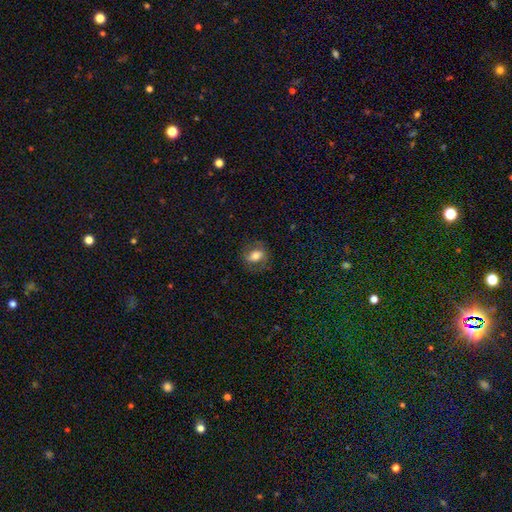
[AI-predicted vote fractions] The model was most divided on "smooth or featured": smooth: 59%, featured or disk: 32%, star or artifact: 9%. More confident: merging — none (73%); how rounded — in between (63%).